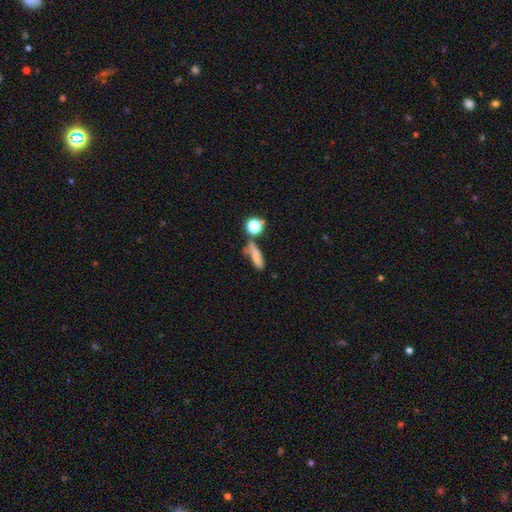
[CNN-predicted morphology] Overall: smooth (71%). How rounded: cigar-shaped (53%; in between 38%). Merging: none (47%; minor disturbance 20%).